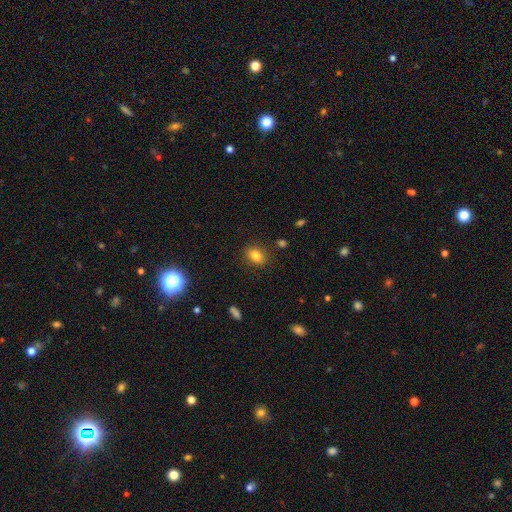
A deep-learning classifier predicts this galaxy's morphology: This appears to be a smooth galaxy with no disk features (81%) that is in between round and cigar-shaped (68%). Merging: none (85%).